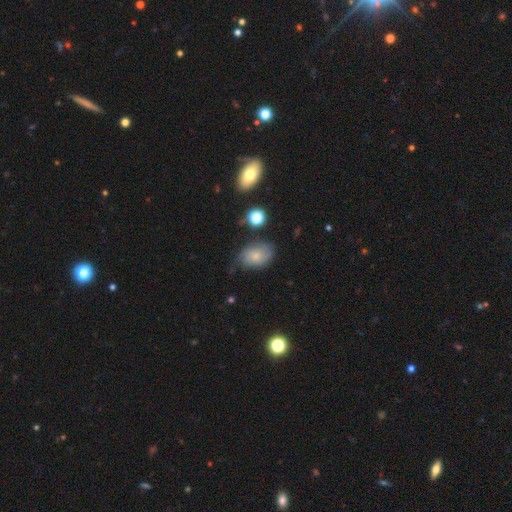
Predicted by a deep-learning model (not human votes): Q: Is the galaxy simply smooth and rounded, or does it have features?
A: smooth — 68%.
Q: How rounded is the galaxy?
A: in between — 75%.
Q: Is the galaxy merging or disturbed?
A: none — 61%.